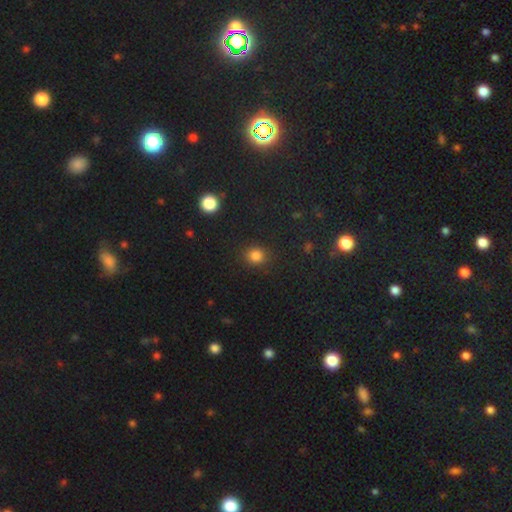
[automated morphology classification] Smooth or featured?
  - smooth: 82% *
  - star or artifact: 14%
  - featured or disk: 4%
How rounded?
  - round: 82% *
  - in between: 17%
  - cigar-shaped: 1%
Merging?
  - none: 88% *
  - minor disturbance: 8%
  - major disturbance: 3%
  - merger: 1%